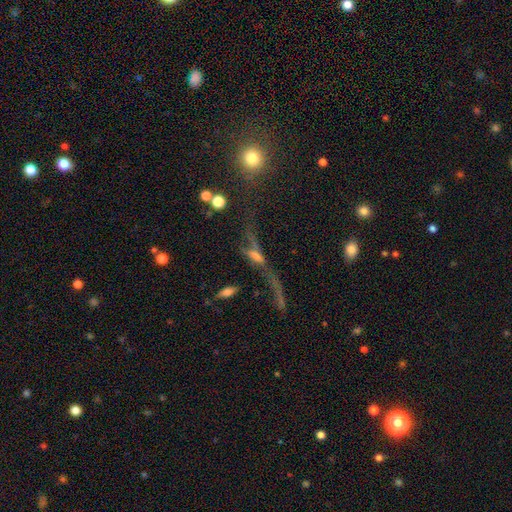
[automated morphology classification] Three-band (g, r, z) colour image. It shows a featured or disk galaxy (53%). Merging: major disturbance (37%).